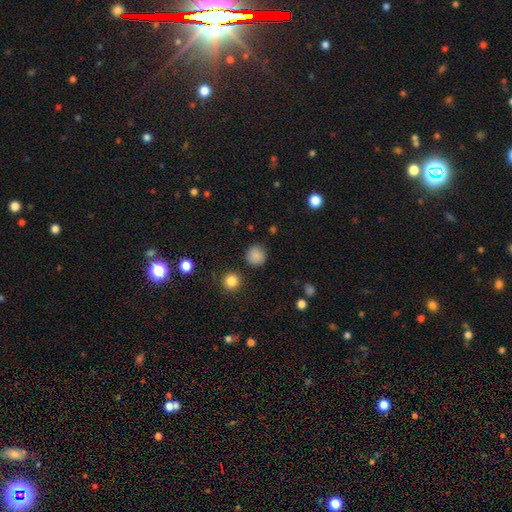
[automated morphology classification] Smooth or featured? smooth (84%)
How rounded? round (93%)
Merging? none (85%)